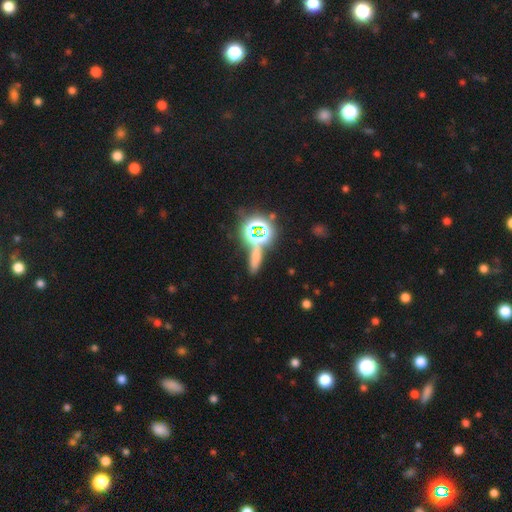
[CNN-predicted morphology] This is possibly a smooth galaxy (46%). Merging: likely none (65%).